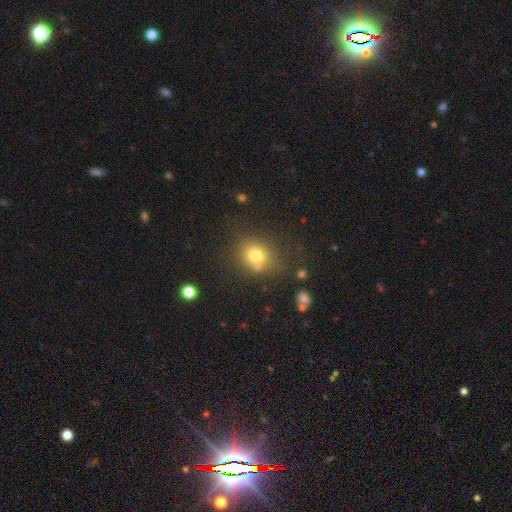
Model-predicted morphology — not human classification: Overall: smooth (75%). How rounded: round (72%). Merging: none (69%).